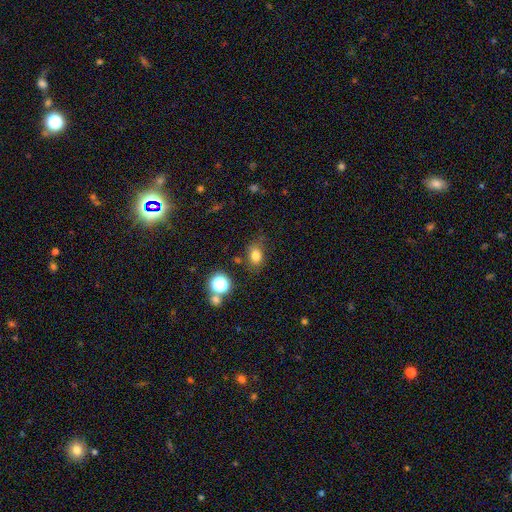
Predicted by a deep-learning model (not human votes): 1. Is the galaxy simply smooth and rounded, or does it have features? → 77% smooth, 14% star or artifact, 8% featured or disk.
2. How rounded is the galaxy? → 67% in between, 32% round, 1% cigar-shaped.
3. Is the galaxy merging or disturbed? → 71% none, 18% minor disturbance, 6% major disturbance, 5% merger.